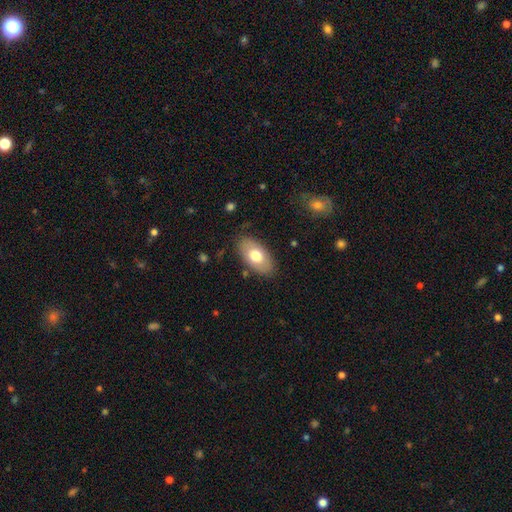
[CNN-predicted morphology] Q: Smooth or featured?
A: smooth (69%); runner-up: featured or disk (24%)
Q: How rounded?
A: in between (94%); runner-up: round (4%)
Q: Merging?
A: none (83%); runner-up: minor disturbance (12%)